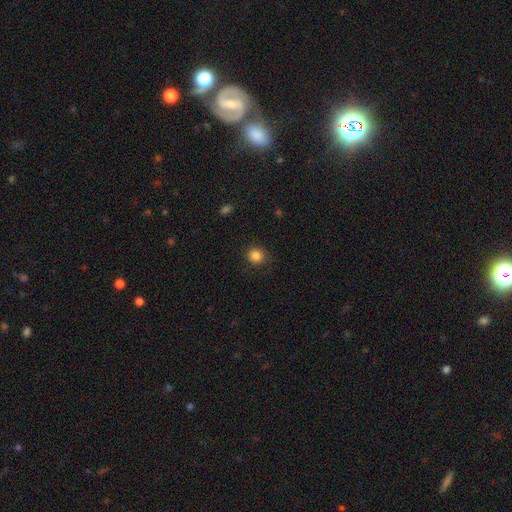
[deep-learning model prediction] A smooth galaxy with no disk features (85%) that is round (86%).

Vote fractions:
- Smooth or featured? smooth: 85% / star or artifact: 11% / featured or disk: 4%
- How rounded? round: 86% / in between: 13% / cigar-shaped: 1%
- Merging? none: 87% / minor disturbance: 9% / major disturbance: 3% / merger: 1%